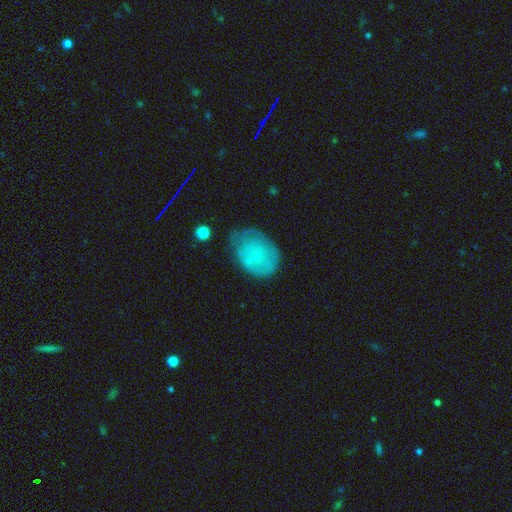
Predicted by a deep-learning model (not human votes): Smooth or featured? Predicted: smooth (p=0.60). How rounded? Predicted: in between (p=0.72). Merging? Predicted: none (p=0.44).